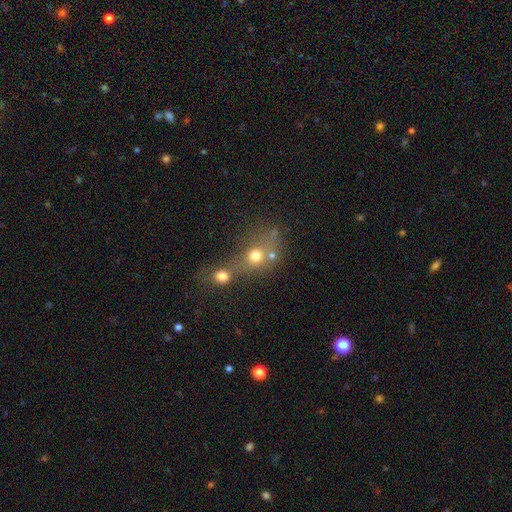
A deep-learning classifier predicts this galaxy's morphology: Smooth or featured?
  - smooth: 67% *
  - star or artifact: 18%
  - featured or disk: 15%
How rounded?
  - round: 74% *
  - in between: 24%
  - cigar-shaped: 2%
Merging?
  - merger: 52% *
  - none: 33%
  - minor disturbance: 8%
  - major disturbance: 7%